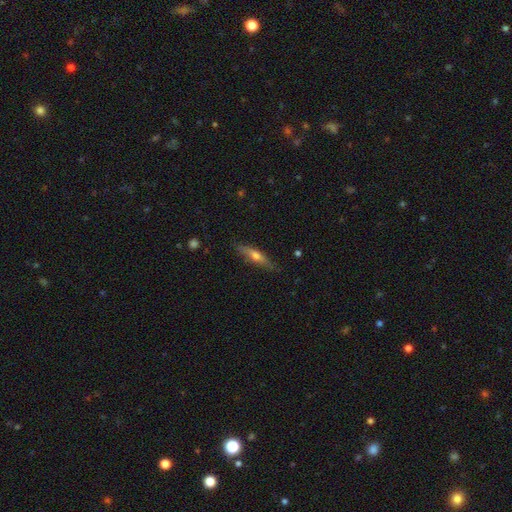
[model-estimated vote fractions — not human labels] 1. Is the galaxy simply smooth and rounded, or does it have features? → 55% featured or disk, 39% smooth, 6% star or artifact.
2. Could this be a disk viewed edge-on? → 93% yes, 7% no.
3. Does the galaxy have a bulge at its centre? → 88% rounded, 7% none, 4% boxy.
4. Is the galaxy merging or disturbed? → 84% none, 12% minor disturbance, 2% major disturbance, 1% merger.